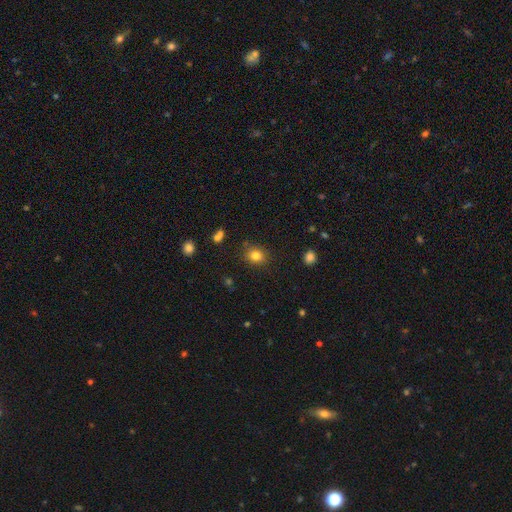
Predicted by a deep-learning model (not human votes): Overall: smooth (81%). How rounded: round (68%; in between 31%). Merging: none (85%).